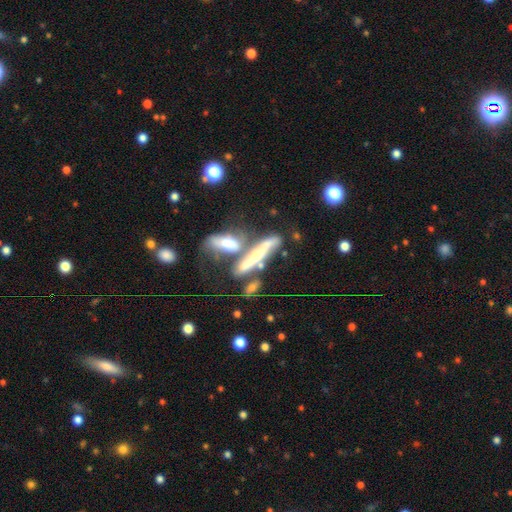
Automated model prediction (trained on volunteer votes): Overall: featured or disk (56%; smooth 35%). Edge-on disk: yes (68%; no 32%). Merging: merger (43%; none 34%).